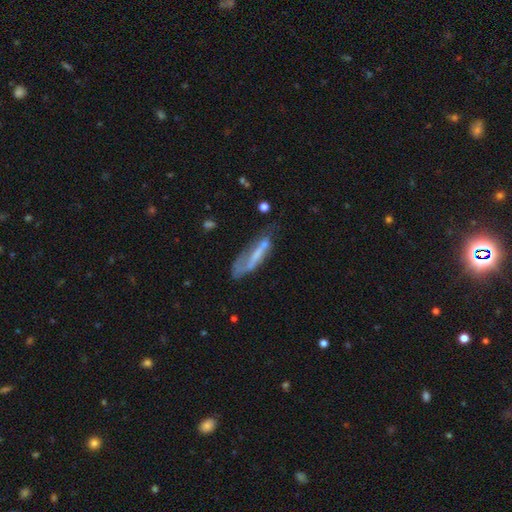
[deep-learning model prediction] Smooth or featured? Predicted: featured or disk (p=0.50). Merging? Predicted: none (p=0.32).